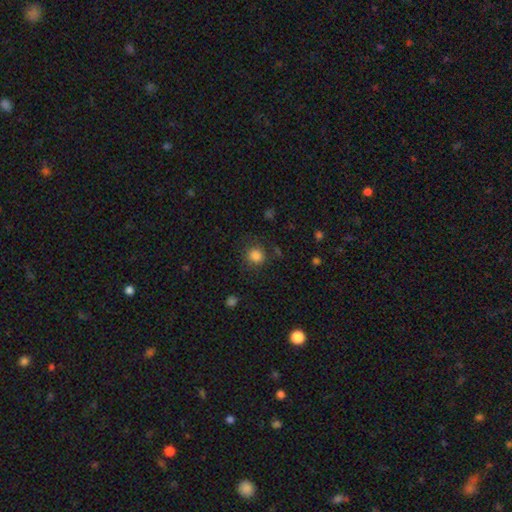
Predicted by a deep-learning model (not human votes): This is clearly a smooth galaxy (84%). How rounded: clearly round (86%). Merging: likely none (79%).